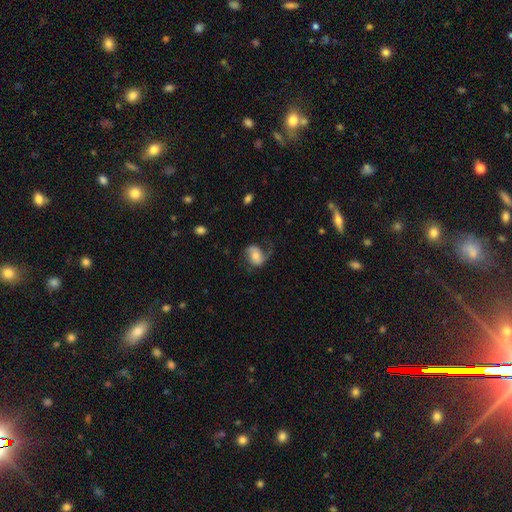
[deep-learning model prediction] Q: Smooth or featured?
A: featured or disk (52%); runner-up: smooth (41%)
Q: Edge-on disk?
A: no (96%); runner-up: yes (4%)
Q: Merging?
A: none (48%); runner-up: major disturbance (26%)